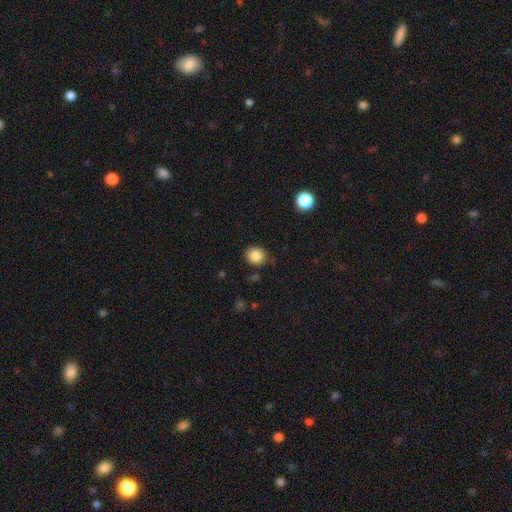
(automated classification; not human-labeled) Smooth or featured?
  - smooth: 84% *
  - star or artifact: 10%
  - featured or disk: 6%
How rounded?
  - round: 71% *
  - in between: 28%
  - cigar-shaped: 1%
Merging?
  - none: 84% *
  - minor disturbance: 11%
  - major disturbance: 3%
  - merger: 2%